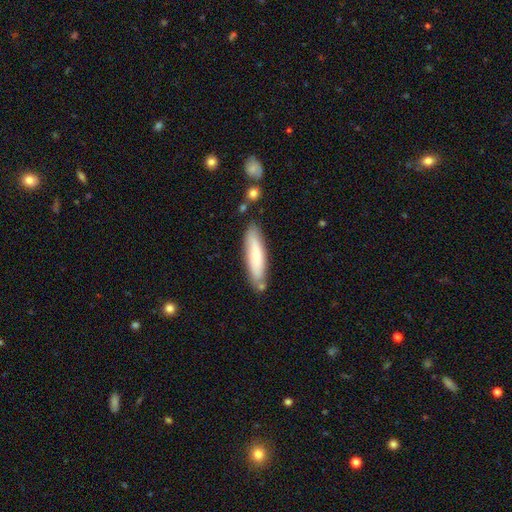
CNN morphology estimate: smooth-or-featured: smooth: 66% | featured or disk: 28% | star or artifact: 6%
  how-rounded: cigar-shaped: 75% | in between: 24% | round: 1%
  merging: none: 78% | minor disturbance: 14% | merger: 5% | major disturbance: 3%